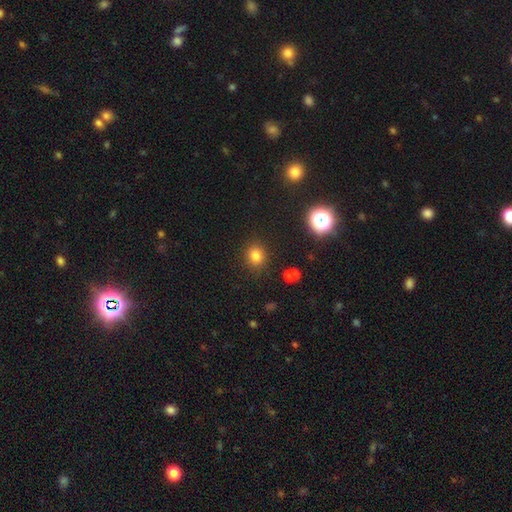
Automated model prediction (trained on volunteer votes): smooth_or_featured: smooth (p=0.78) [alt: star or artifact p=0.16]
how_rounded: round (p=0.81) [alt: in between p=0.18]
merging: none (p=0.86) [alt: minor disturbance p=0.08]